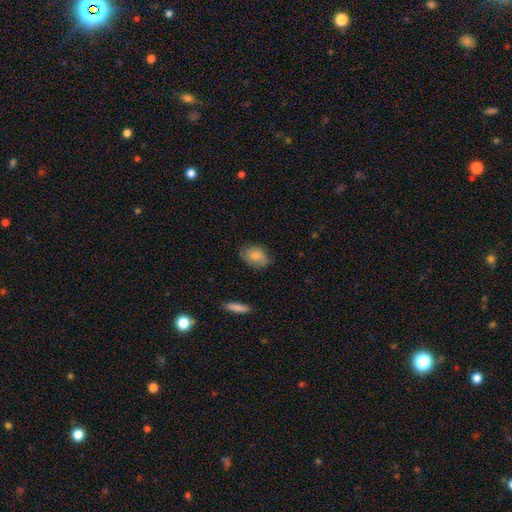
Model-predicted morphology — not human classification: Smooth or featured: smooth — 83% (featured or disk — 11%)
How rounded: in between — 82% (round — 17%)
Merging: none — 74% (minor disturbance — 20%)